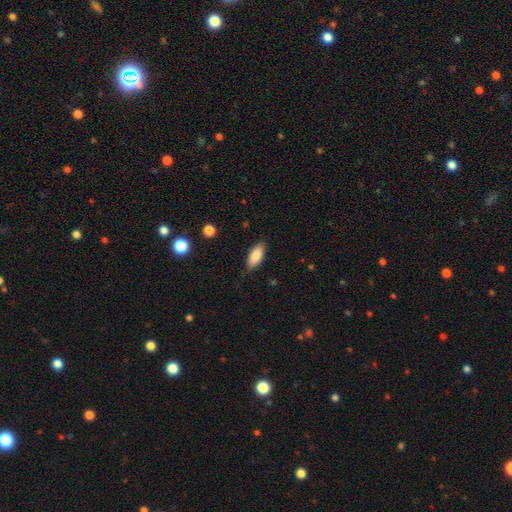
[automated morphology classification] Smooth or featured? smooth (82%)
How rounded? in between (79%)
Merging? none (78%)